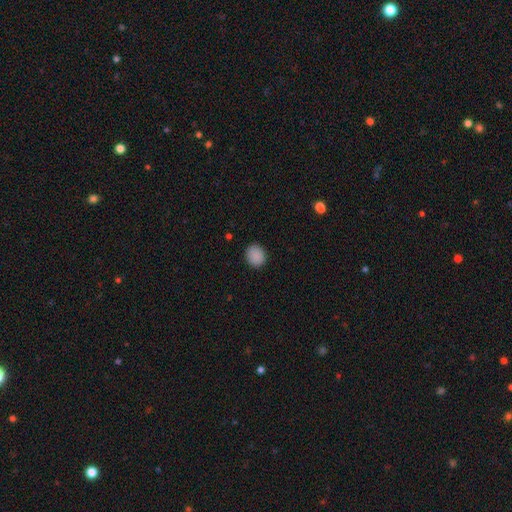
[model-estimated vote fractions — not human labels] Smooth or featured?
  - smooth: 88% *
  - star or artifact: 9%
  - featured or disk: 3%
How rounded?
  - round: 72% *
  - in between: 27%
  - cigar-shaped: 1%
Merging?
  - none: 89% *
  - minor disturbance: 8%
  - major disturbance: 2%
  - merger: 1%